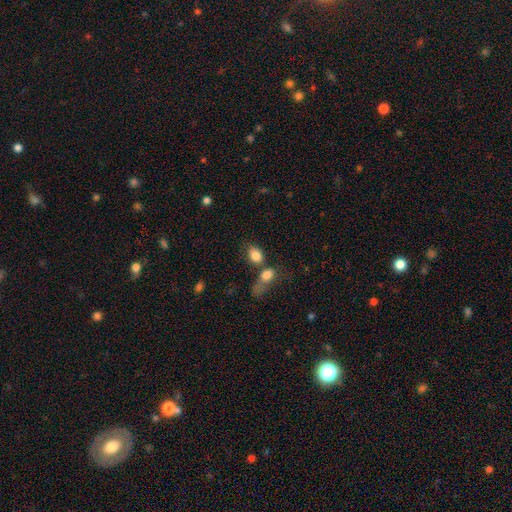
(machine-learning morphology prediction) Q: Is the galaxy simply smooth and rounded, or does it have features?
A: smooth — 82%.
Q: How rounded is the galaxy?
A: in between — 70%.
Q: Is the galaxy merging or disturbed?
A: merger — 40%.